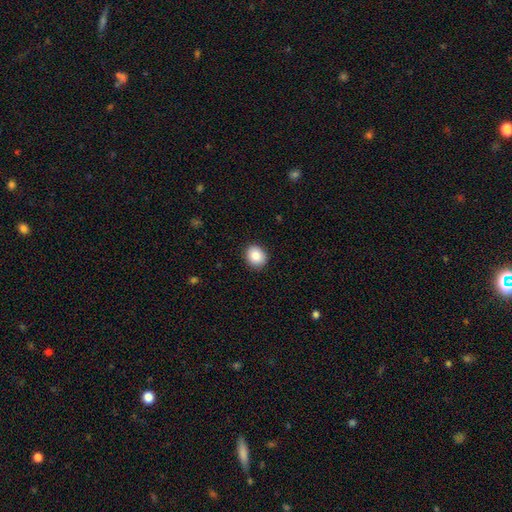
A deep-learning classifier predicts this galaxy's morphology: Smooth or featured: smooth — 87% (star or artifact — 8%)
How rounded: round — 66% (in between — 33%)
Merging: none — 89% (minor disturbance — 8%)